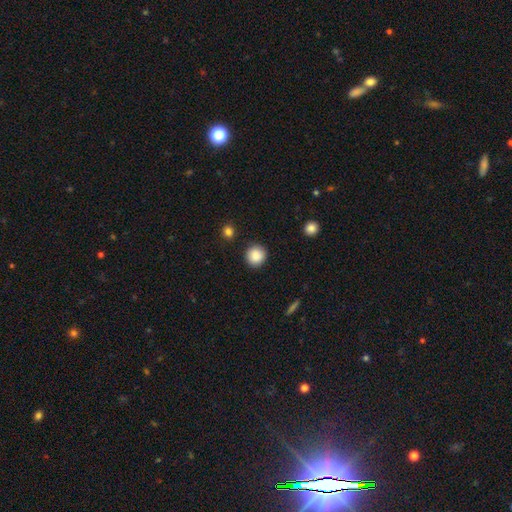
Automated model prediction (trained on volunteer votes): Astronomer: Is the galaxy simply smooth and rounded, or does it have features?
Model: smooth — 88%.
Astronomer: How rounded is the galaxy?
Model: round — 93%.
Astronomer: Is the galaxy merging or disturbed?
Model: none — 90%.